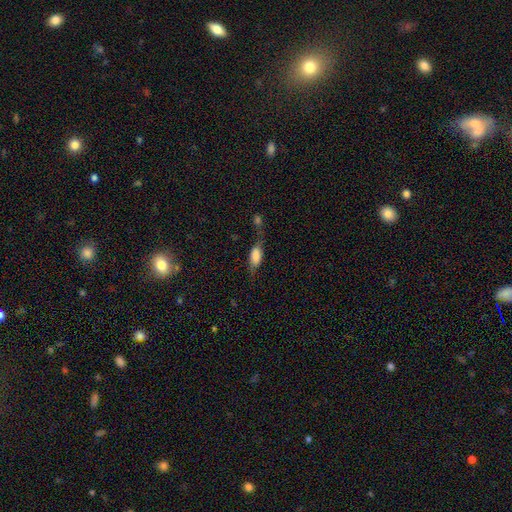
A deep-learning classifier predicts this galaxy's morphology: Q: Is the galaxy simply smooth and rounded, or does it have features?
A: smooth — 61%.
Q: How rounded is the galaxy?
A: in between — 76%.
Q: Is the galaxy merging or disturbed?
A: none — 39%.